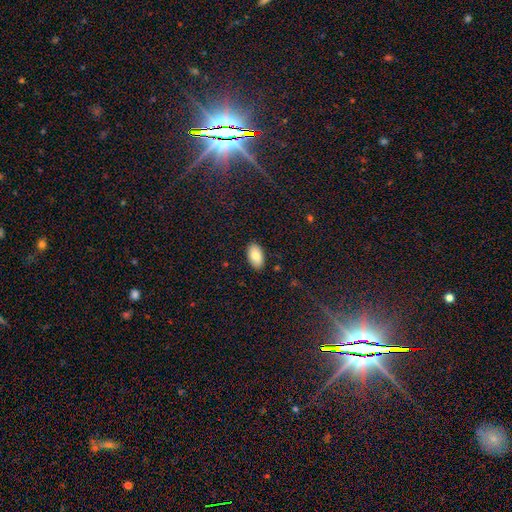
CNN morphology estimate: Smooth or featured?
  - smooth: 83% *
  - featured or disk: 10%
  - star or artifact: 7%
How rounded?
  - in between: 95% *
  - round: 4%
  - cigar-shaped: 2%
Merging?
  - none: 88% *
  - minor disturbance: 9%
  - major disturbance: 2%
  - merger: 1%